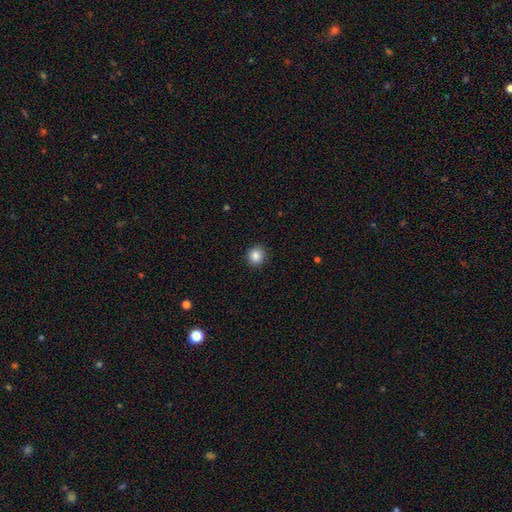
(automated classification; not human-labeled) smooth-or-featured: smooth: 87% | star or artifact: 9% | featured or disk: 4%
  how-rounded: round: 85% | in between: 14% | cigar-shaped: 1%
  merging: none: 92% | minor disturbance: 6% | major disturbance: 2% | merger: 1%